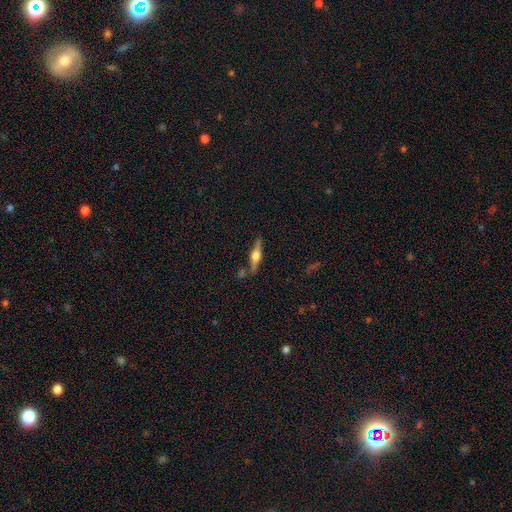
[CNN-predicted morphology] Overall: featured or disk (73%). Edge-on disk: yes (97%). Edge-on bulge: rounded (91%). Merging: none (82%).